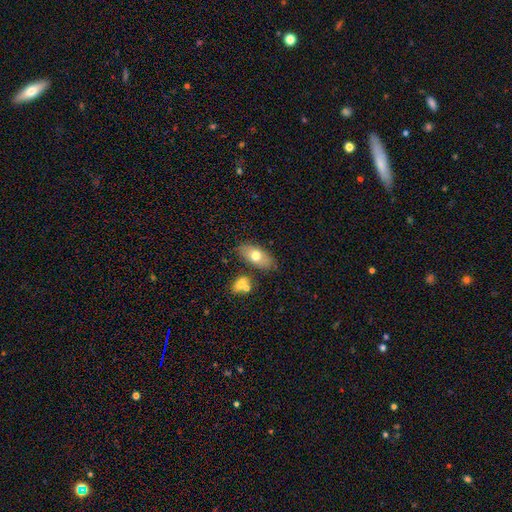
Morphology: type=smooth (74%); roundness=in between (93%); merging=none (75%).